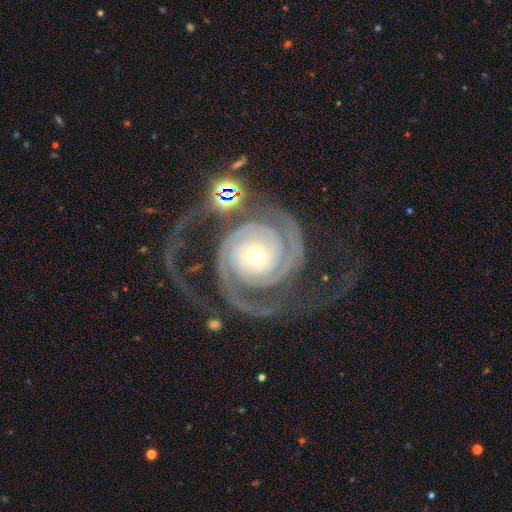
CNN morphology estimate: smooth-or-featured: featured or disk: 92% | star or artifact: 4% | smooth: 3%
  disk-edge-on: no: 98% | yes: 2%
    bar: no: 71% | weak: 19% | strong: 10%
    has-spiral-arms: yes: 98% | no: 2%
      spiral-winding: tight: 67% | medium: 24% | loose: 9%
      spiral-arm-count: 2: 77% | 3: 6% | can't tell: 5% | 1: 5% | 4: 3% | more than 4: 3%
    bulge-size: moderate: 52% | small: 42% | large: 4% | dominant: 1% | none: 1%
  merging: none: 49% | major disturbance: 28% | minor disturbance: 15% | merger: 8%